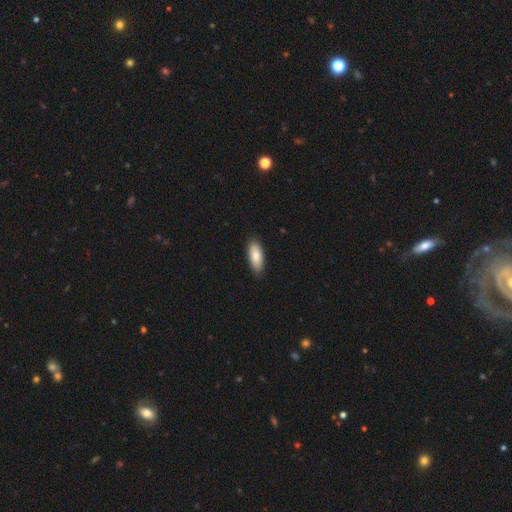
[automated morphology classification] A smooth galaxy with no disk features (81%) that is in between round and cigar-shaped (79%). Merging: none (88%).